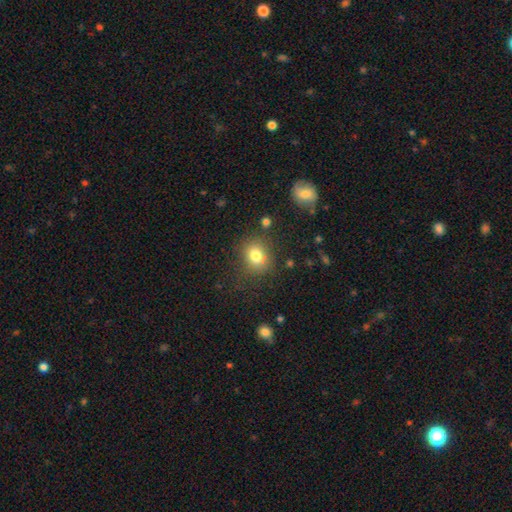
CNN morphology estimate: Q: Smooth or featured?
A: smooth (80%); runner-up: star or artifact (12%)
Q: How rounded?
A: round (70%); runner-up: in between (30%)
Q: Merging?
A: none (79%); runner-up: minor disturbance (13%)